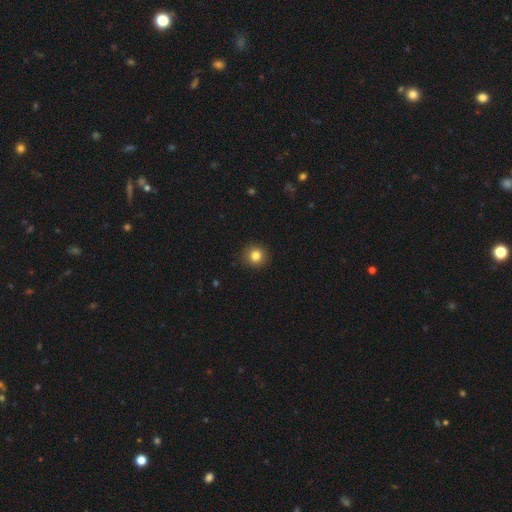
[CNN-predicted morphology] smooth_or_featured: smooth (p=0.83) [alt: star or artifact p=0.11]
how_rounded: round (p=0.92) [alt: in between p=0.07]
merging: none (p=0.91) [alt: minor disturbance p=0.06]